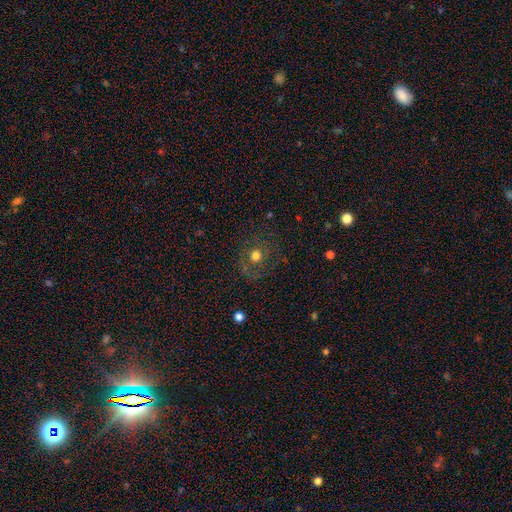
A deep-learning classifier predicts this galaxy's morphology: A smooth galaxy with no disk features (58%) that is round (88%). Merging: none (77%).